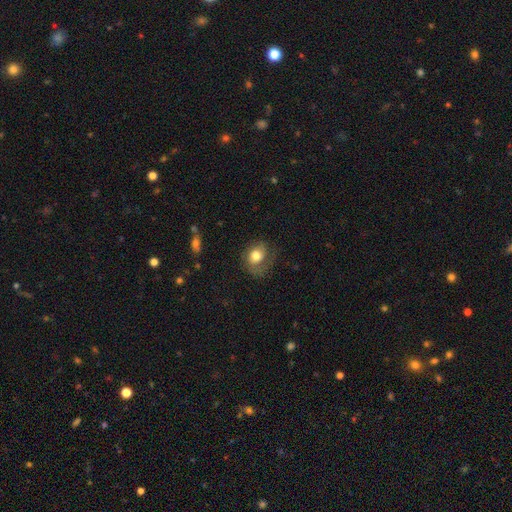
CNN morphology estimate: Smooth or featured? smooth (59%)
How rounded? round (51%)
Merging? none (51%)